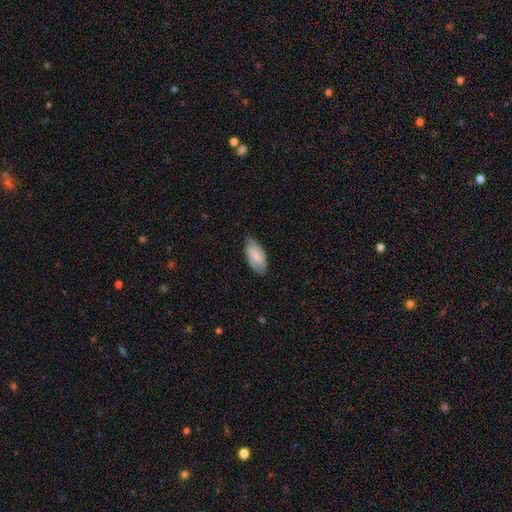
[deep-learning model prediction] Q: Smooth or featured?
A: smooth (69%); runner-up: featured or disk (25%)
Q: How rounded?
A: in between (92%); runner-up: cigar-shaped (5%)
Q: Merging?
A: none (76%); runner-up: minor disturbance (20%)